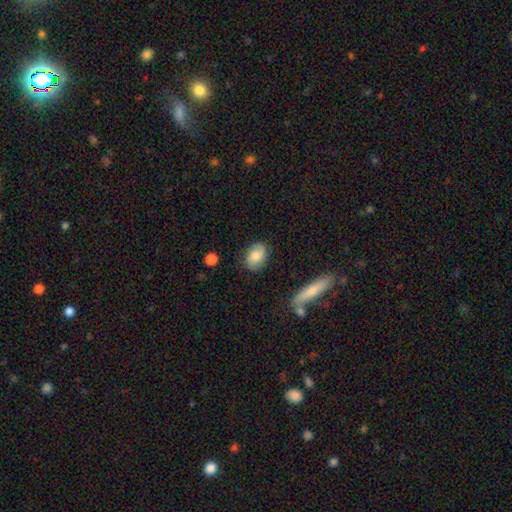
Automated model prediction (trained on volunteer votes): smooth 71%, featured or disk 22%, star or artifact 7%. Down the decision tree: how rounded — in between (74%); merging — none (79%).